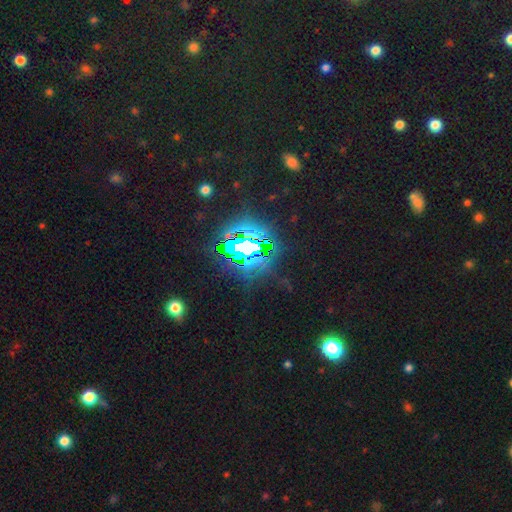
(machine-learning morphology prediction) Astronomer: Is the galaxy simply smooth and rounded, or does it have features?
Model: star or artifact — 80%.